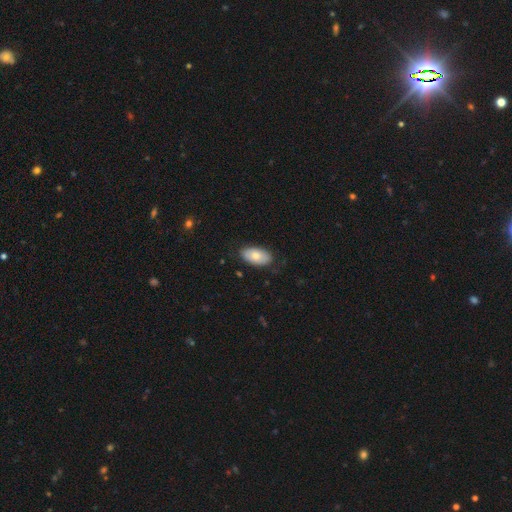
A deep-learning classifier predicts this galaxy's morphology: A smooth galaxy with no disk features (75%) that is in between round and cigar-shaped (94%). Merging: none (83%).